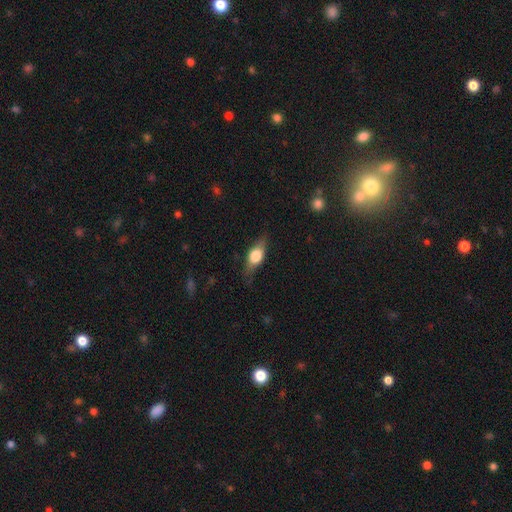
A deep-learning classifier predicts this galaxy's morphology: A smooth galaxy with no disk features (56%) that is in between round and cigar-shaped (72%). Merging: none (75%).